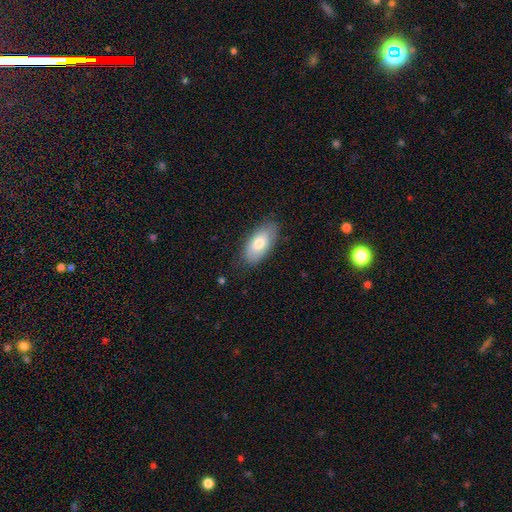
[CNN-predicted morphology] This is likely a smooth galaxy (71%). How rounded: clearly in between (90%). Merging: clearly none (87%).